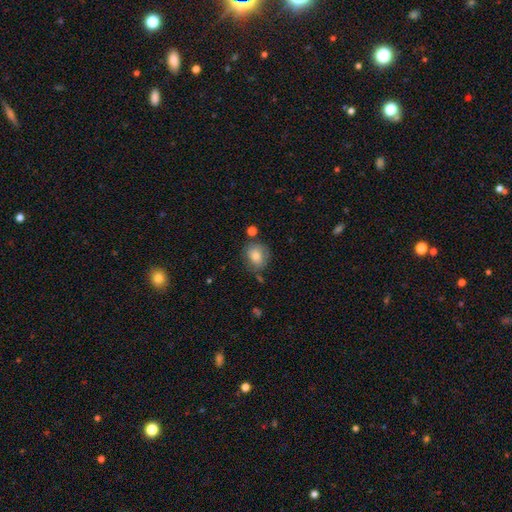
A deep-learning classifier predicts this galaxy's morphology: type=smooth (75%); roundness=round (69%); merging=none (66%).